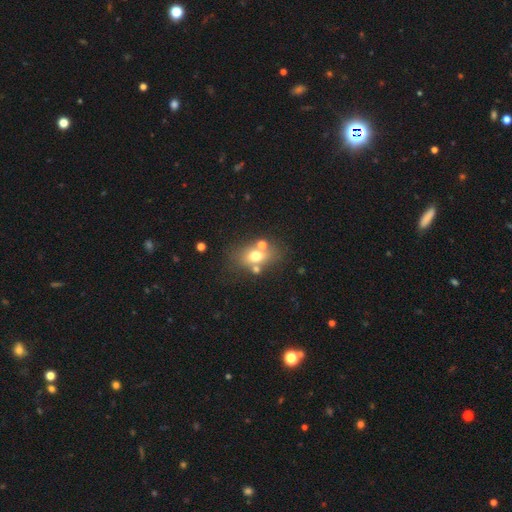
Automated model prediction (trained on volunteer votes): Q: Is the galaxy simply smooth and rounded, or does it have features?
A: smooth — 64%.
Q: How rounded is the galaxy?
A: in between — 67%.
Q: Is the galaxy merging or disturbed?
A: none — 59%.